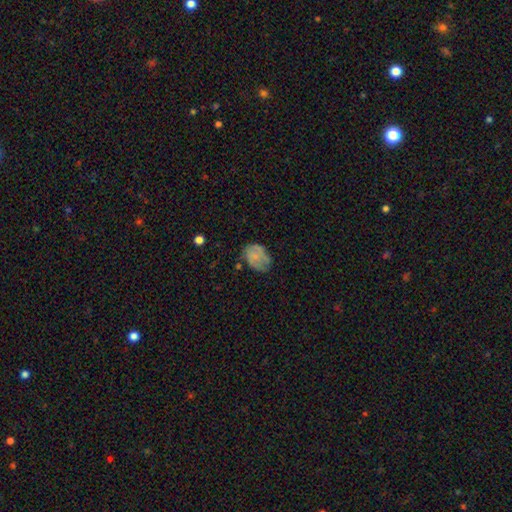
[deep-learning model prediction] Q: Smooth or featured?
A: smooth (55%); runner-up: featured or disk (36%)
Q: How rounded?
A: in between (64%); runner-up: round (35%)
Q: Merging?
A: none (51%); runner-up: minor disturbance (32%)